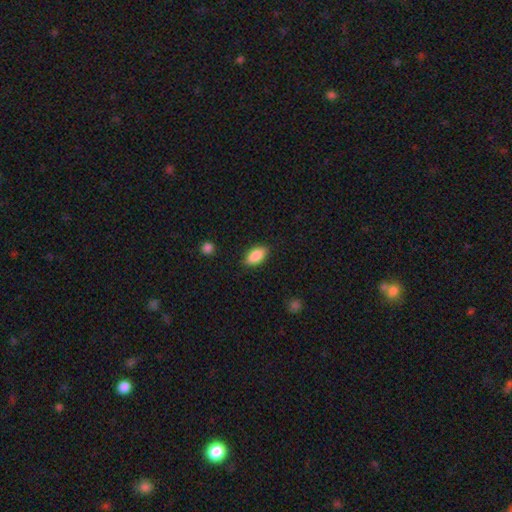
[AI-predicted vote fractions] Smooth or featured? Predicted: smooth (p=0.85). How rounded? Predicted: in between (p=0.89). Merging? Predicted: none (p=0.86).